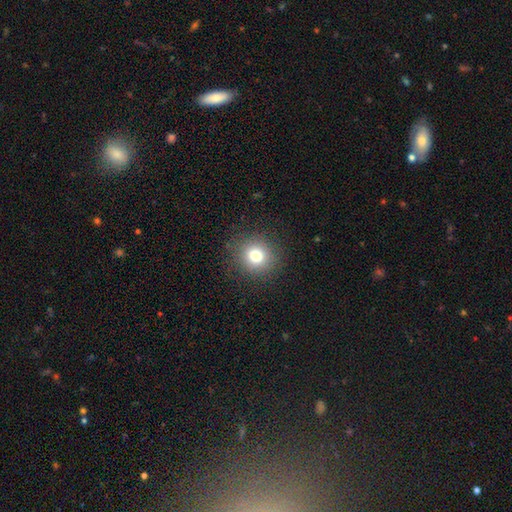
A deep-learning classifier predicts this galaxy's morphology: The model was most divided on "smooth or featured": smooth: 78%, star or artifact: 14%, featured or disk: 8%. More confident: how rounded — round (90%); merging — none (90%).